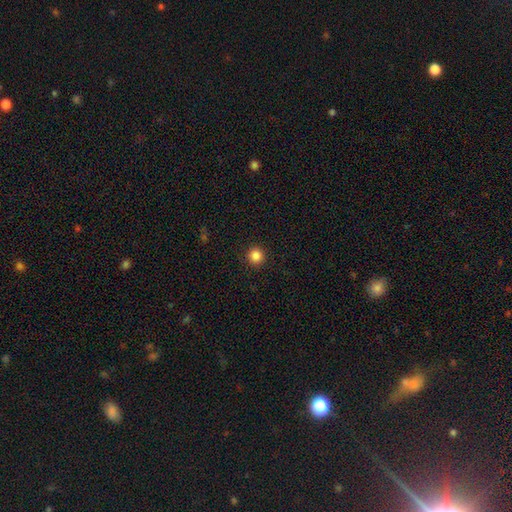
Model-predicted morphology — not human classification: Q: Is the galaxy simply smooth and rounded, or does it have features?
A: smooth — 86%.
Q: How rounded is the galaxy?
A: round — 95%.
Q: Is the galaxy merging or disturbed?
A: none — 92%.